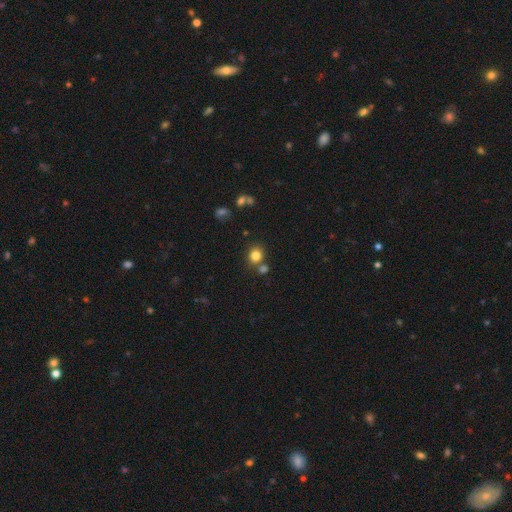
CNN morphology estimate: Smooth or featured?
  - smooth: 81% *
  - star or artifact: 13%
  - featured or disk: 6%
How rounded?
  - round: 76% *
  - in between: 23%
  - cigar-shaped: 1%
Merging?
  - none: 69% *
  - merger: 17%
  - minor disturbance: 10%
  - major disturbance: 4%